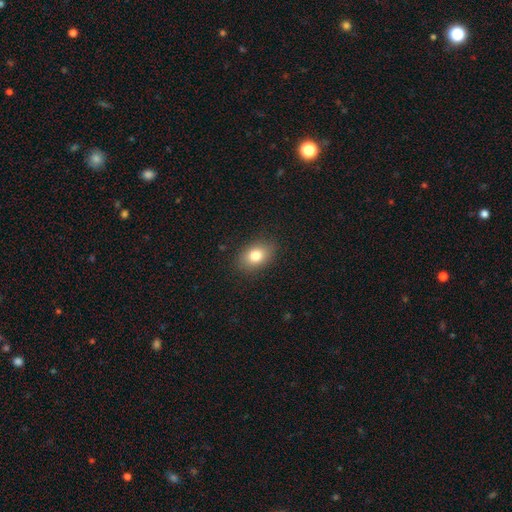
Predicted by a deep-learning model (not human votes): A smooth galaxy with no disk features (81%) that is in between round and cigar-shaped (79%).

Vote fractions:
- Smooth or featured? smooth: 81% / featured or disk: 10% / star or artifact: 9%
- How rounded? in between: 79% / round: 20% / cigar-shaped: 1%
- Merging? none: 86% / minor disturbance: 10% / major disturbance: 3% / merger: 1%